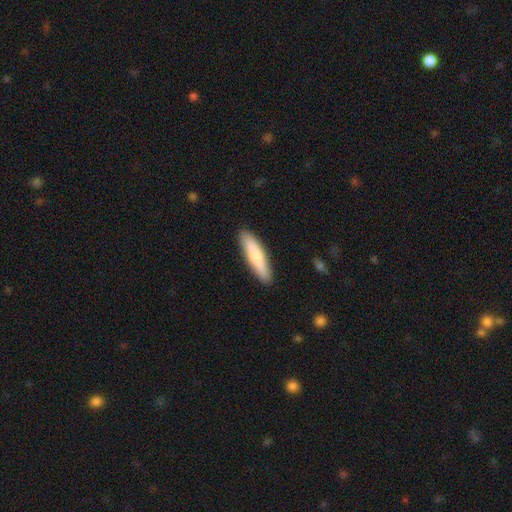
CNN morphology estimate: Smooth or featured: smooth — 76% (featured or disk — 19%)
How rounded: cigar-shaped — 81% (in between — 18%)
Merging: none — 89% (minor disturbance — 8%)